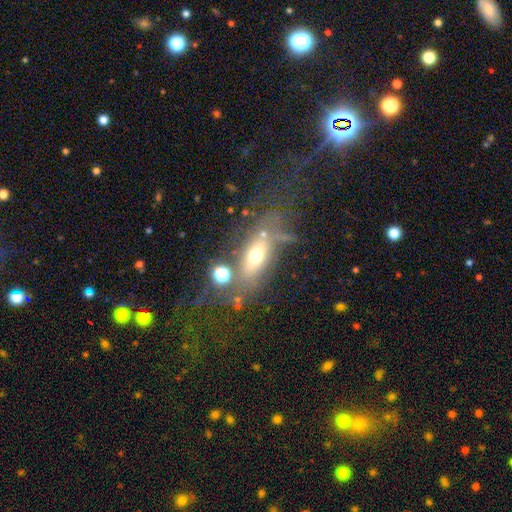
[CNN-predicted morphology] Smooth or featured? smooth (50%)
How rounded? in between (68%)
Merging? none (47%)